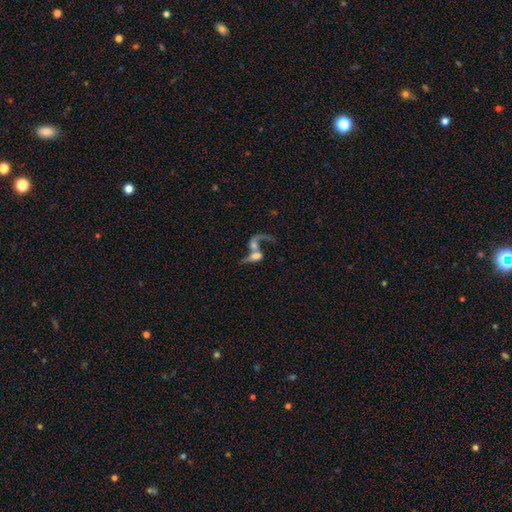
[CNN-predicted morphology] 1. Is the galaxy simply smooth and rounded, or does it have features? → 51% featured or disk, 39% smooth, 11% star or artifact.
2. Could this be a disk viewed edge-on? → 90% no, 10% yes.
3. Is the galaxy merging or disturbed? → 70% merger, 14% major disturbance, 12% none, 5% minor disturbance.